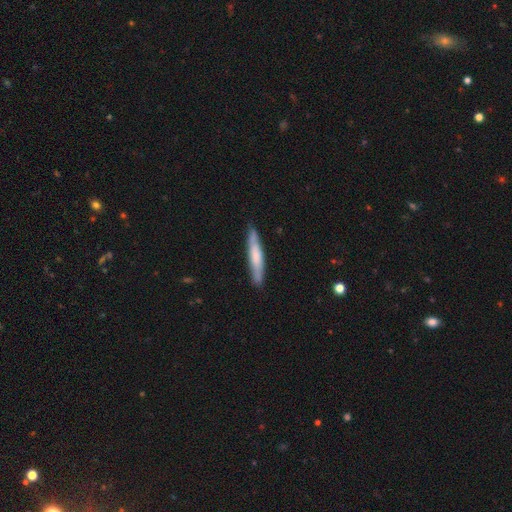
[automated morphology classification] type=smooth (62%); roundness=cigar-shaped (92%); merging=none (86%).